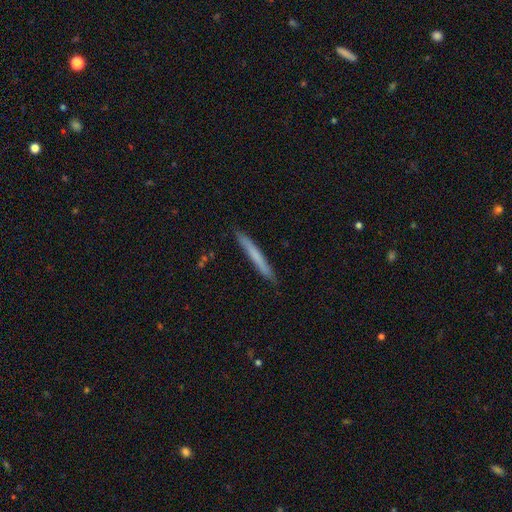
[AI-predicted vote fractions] A smooth galaxy with no disk features (65%) that is cigar-shaped (97%). Merging: none (89%).